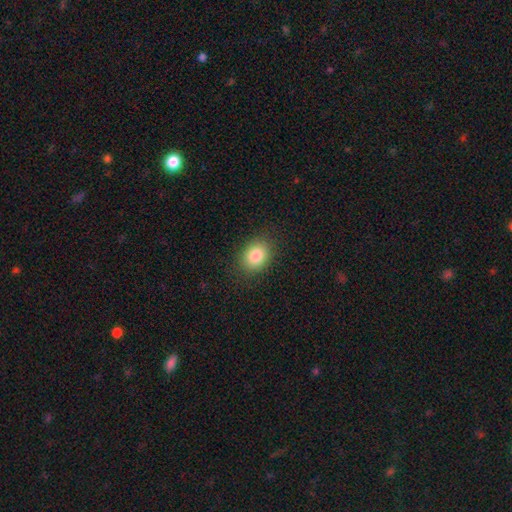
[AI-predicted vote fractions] Overall: smooth (84%). How rounded: in between (59%; round 40%). Merging: none (86%).